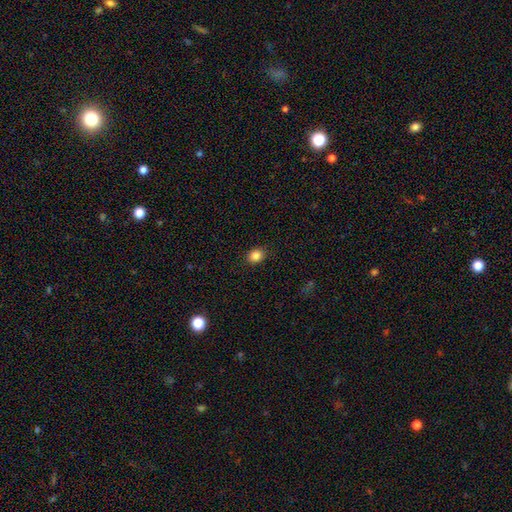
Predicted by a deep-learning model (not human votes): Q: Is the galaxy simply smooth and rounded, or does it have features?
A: smooth — 84%.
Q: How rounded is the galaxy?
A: round — 63%.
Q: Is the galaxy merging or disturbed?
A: none — 89%.